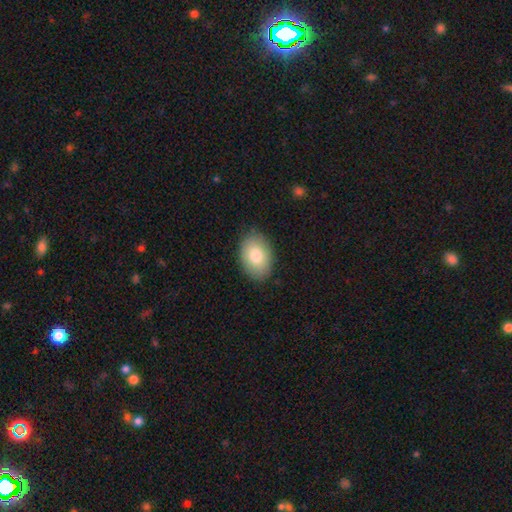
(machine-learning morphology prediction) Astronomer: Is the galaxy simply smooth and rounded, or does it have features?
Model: smooth — 80%.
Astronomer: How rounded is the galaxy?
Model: in between — 84%.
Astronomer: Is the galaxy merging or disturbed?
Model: none — 86%.